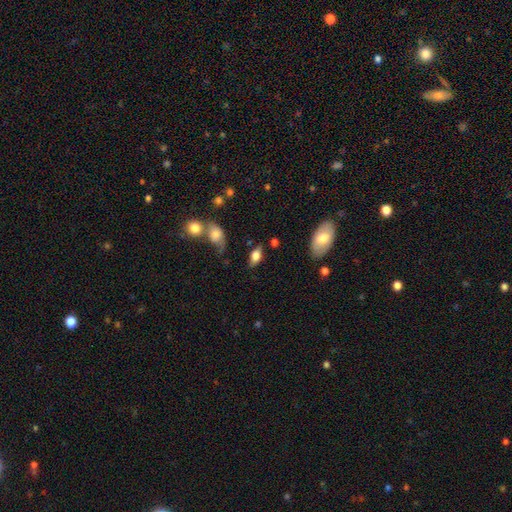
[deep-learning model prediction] Smooth or featured?
  - smooth: 68% *
  - featured or disk: 24%
  - star or artifact: 8%
How rounded?
  - in between: 84% *
  - cigar-shaped: 9%
  - round: 7%
Merging?
  - none: 72% *
  - minor disturbance: 18%
  - major disturbance: 6%
  - merger: 5%